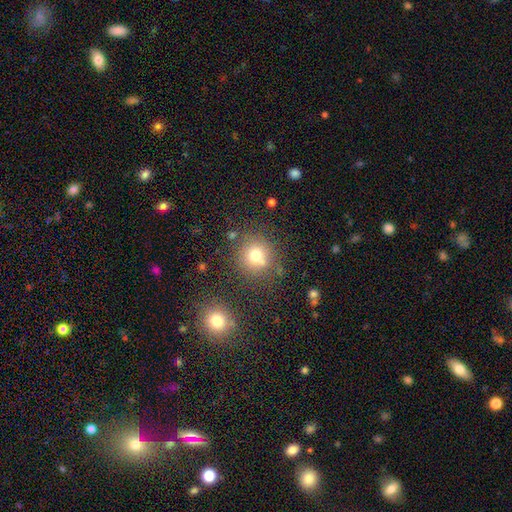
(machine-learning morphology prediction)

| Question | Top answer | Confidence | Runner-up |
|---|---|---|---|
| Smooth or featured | smooth | 73% | star or artifact (15%) |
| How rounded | round | 91% | in between (8%) |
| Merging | none | 71% | merger (12%) |